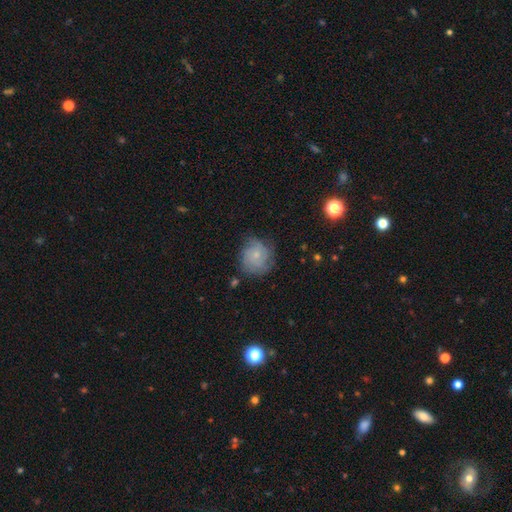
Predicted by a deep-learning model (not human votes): smooth_or_featured: smooth (p=0.47) [alt: featured or disk p=0.44]
merging: none (p=0.64) [alt: minor disturbance p=0.26]